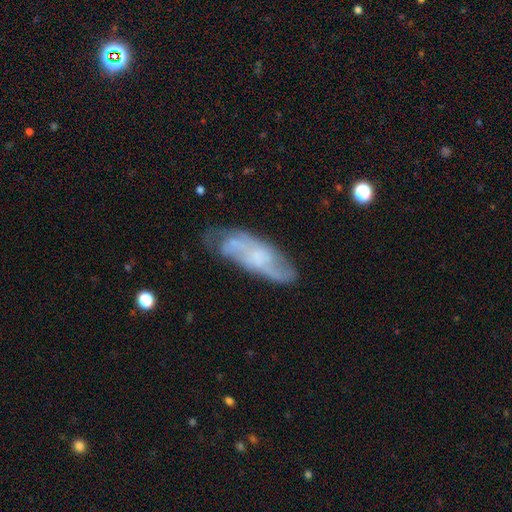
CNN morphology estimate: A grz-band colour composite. It shows a featured or disk galaxy (66%) with no bar (62%), spiral arms (85%) and a small central bulge (41%). Merging: none (64%).